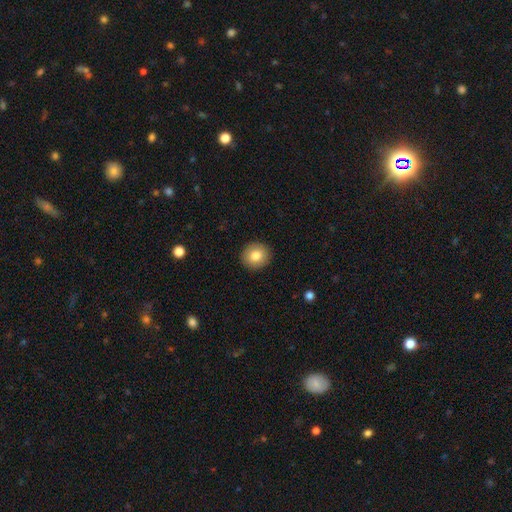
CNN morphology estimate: smooth 82%, featured or disk 10%, star or artifact 9%. Down the decision tree: how rounded — round (87%); merging — none (92%).